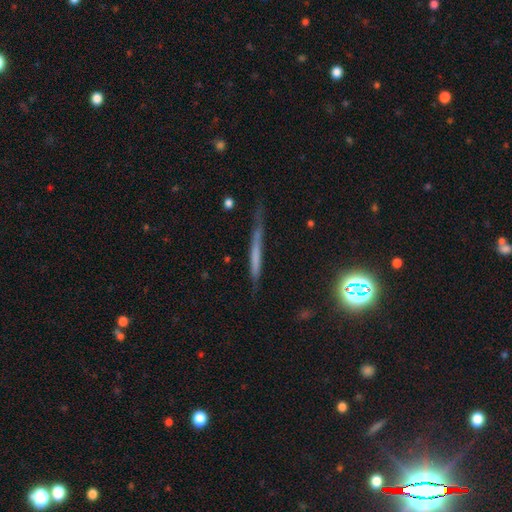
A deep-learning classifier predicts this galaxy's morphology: This is marginally a smooth galaxy (45%). Merging: likely none (67%).